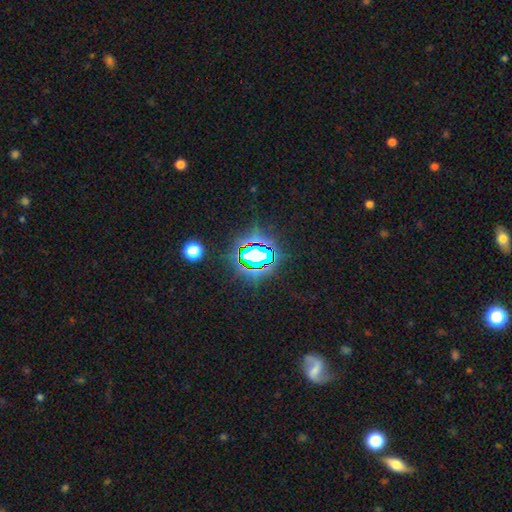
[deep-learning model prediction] Q: Smooth or featured?
A: star or artifact (75%); runner-up: smooth (13%)